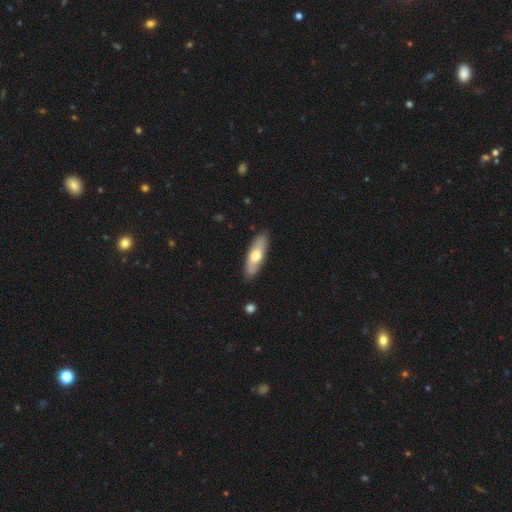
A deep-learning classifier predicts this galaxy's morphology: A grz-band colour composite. It shows a smooth galaxy with no disk features (57%) that is in between round and cigar-shaped (59%). Merging: none (86%).